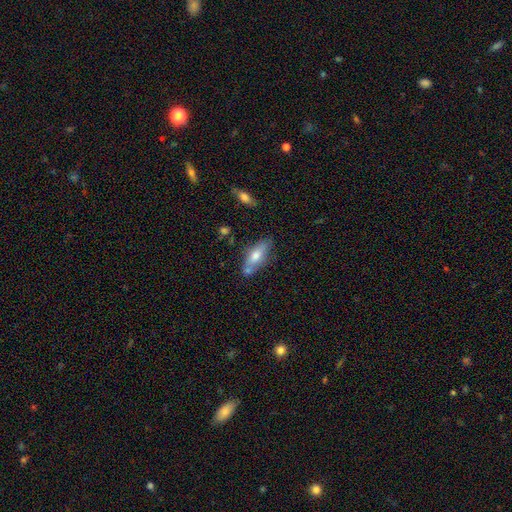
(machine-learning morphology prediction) Q: Smooth or featured?
A: smooth (63%); runner-up: featured or disk (30%)
Q: How rounded?
A: in between (66%); runner-up: cigar-shaped (32%)
Q: Merging?
A: none (64%); runner-up: minor disturbance (19%)